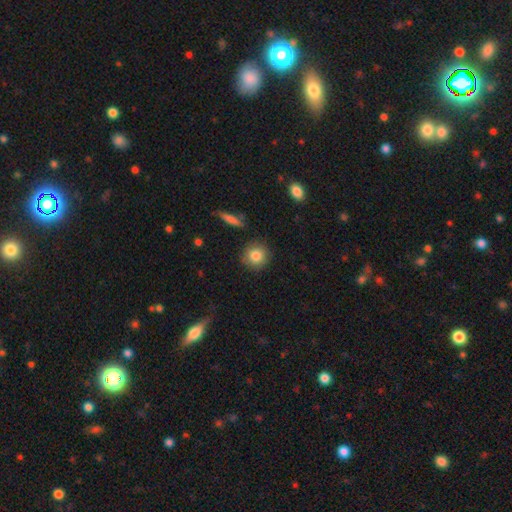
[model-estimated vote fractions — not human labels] Smooth or featured: smooth — 83% (featured or disk — 9%)
How rounded: round — 92% (in between — 7%)
Merging: none — 88% (minor disturbance — 8%)